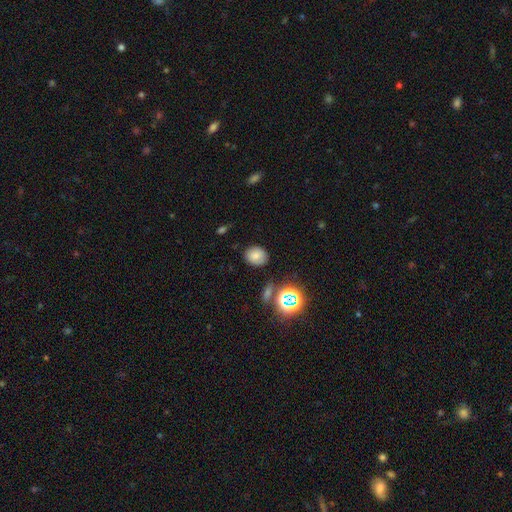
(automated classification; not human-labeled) smooth-or-featured: smooth: 76% | star or artifact: 16% | featured or disk: 8%
  how-rounded: round: 51% | in between: 48% | cigar-shaped: 1%
  merging: none: 82% | minor disturbance: 11% | major disturbance: 3% | merger: 3%